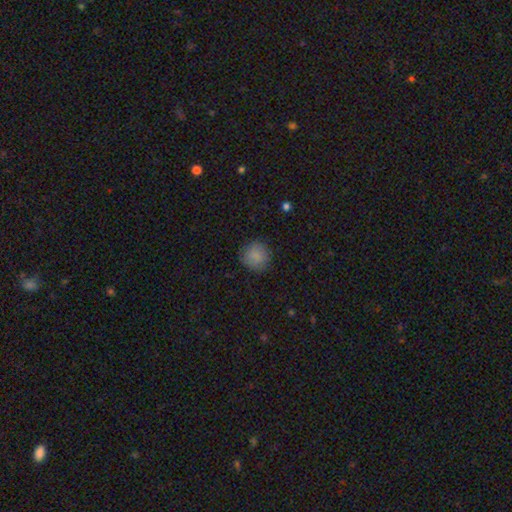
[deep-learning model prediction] The model was most divided on "merging": none: 85%, minor disturbance: 11%, major disturbance: 3%, merger: 1%. More confident: how rounded — round (91%); smooth or featured — smooth (86%).